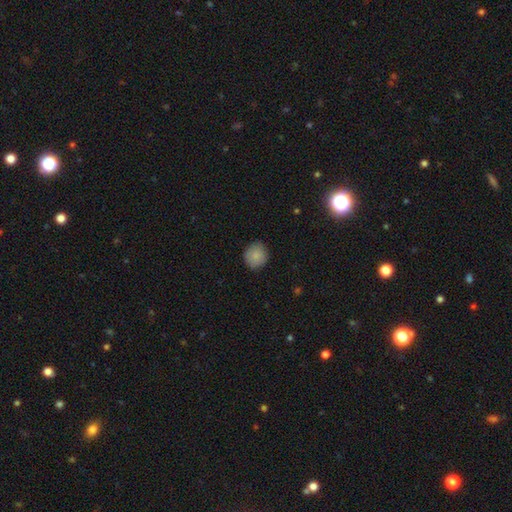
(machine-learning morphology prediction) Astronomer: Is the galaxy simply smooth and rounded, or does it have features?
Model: smooth — 86%.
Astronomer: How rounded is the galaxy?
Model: round — 89%.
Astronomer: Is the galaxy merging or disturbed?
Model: none — 85%.